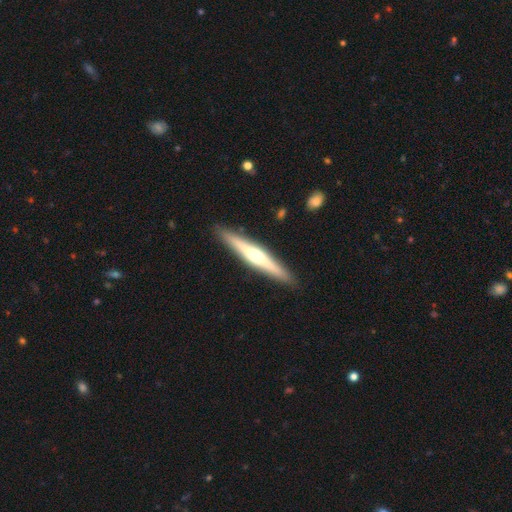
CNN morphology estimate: A featured or disk galaxy (62%) viewed edge-on (96%) with a rounded central bulge (87%). Merging: none (91%).